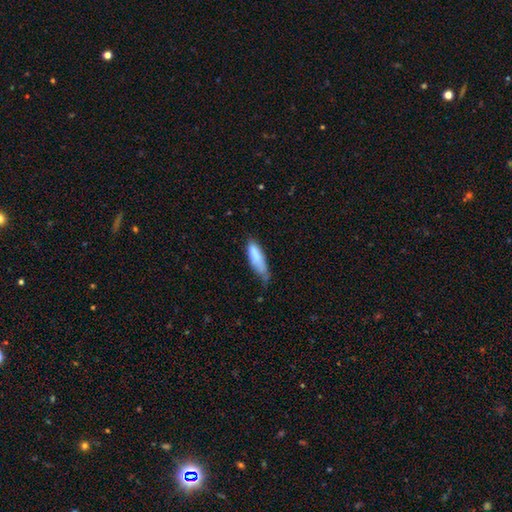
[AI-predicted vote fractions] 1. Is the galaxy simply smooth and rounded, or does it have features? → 80% smooth, 14% featured or disk, 6% star or artifact.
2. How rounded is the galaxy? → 55% cigar-shaped, 43% in between, 2% round.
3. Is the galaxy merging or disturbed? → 45% minor disturbance, 37% none, 14% major disturbance, 4% merger.